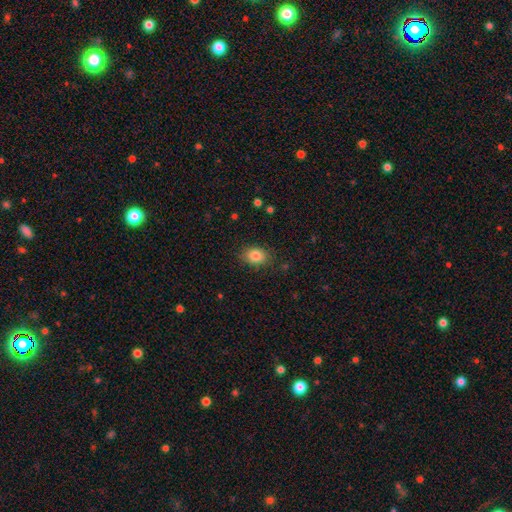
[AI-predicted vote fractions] A smooth galaxy with no disk features (84%) that is in between round and cigar-shaped (68%). Merging: none (83%).